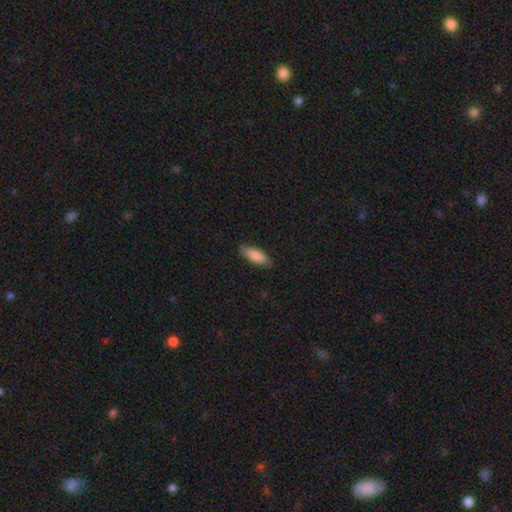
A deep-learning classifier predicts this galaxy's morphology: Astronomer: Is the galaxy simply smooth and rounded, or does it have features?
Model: smooth — 84%.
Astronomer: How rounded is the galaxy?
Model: in between — 68%.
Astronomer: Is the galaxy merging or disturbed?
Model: none — 82%.